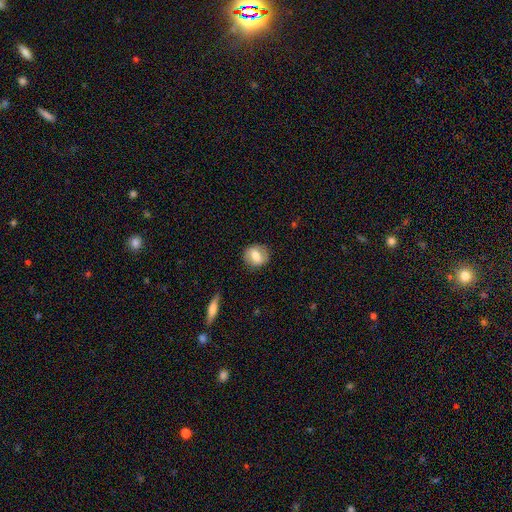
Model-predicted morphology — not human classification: Q: Smooth or featured?
A: smooth (66%); runner-up: featured or disk (27%)
Q: How rounded?
A: round (69%); runner-up: in between (29%)
Q: Merging?
A: none (84%); runner-up: minor disturbance (12%)